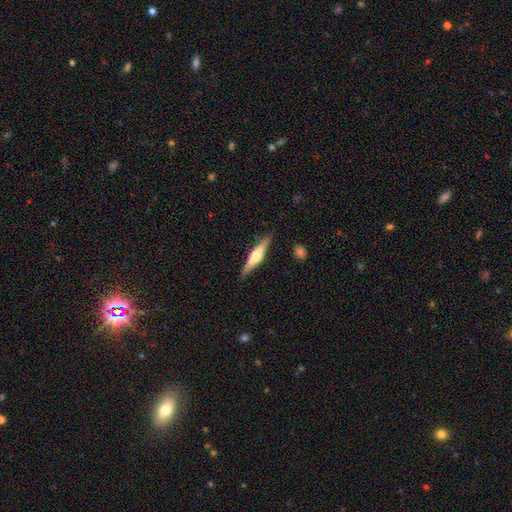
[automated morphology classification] This appears to be a featured or disk galaxy (69%) viewed edge-on (97%) with a rounded central bulge (88%). Merging: none (89%).